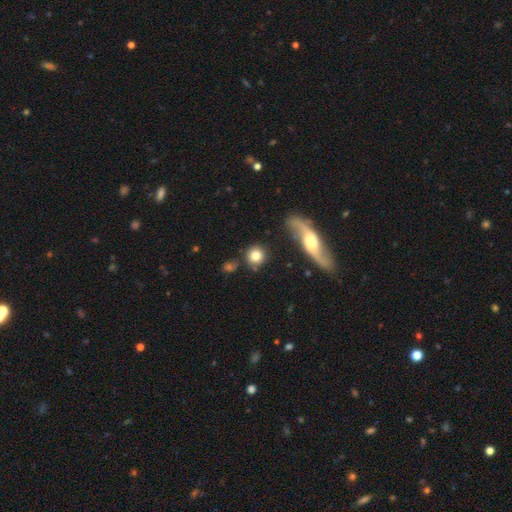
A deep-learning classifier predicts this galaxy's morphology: Smooth or featured?
  - smooth: 77% *
  - featured or disk: 14%
  - star or artifact: 9%
How rounded?
  - round: 92% *
  - in between: 6%
  - cigar-shaped: 2%
Merging?
  - none: 81% *
  - minor disturbance: 10%
  - merger: 6%
  - major disturbance: 4%